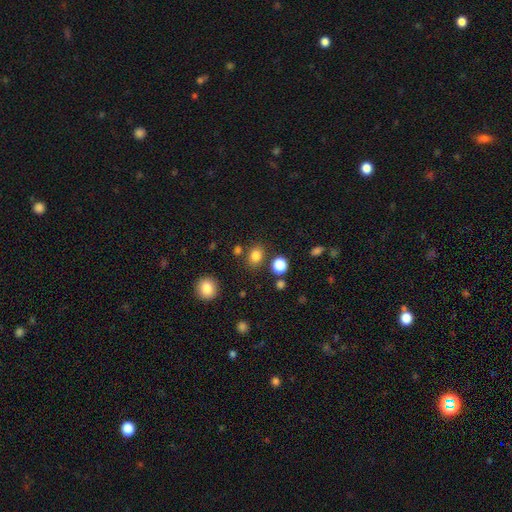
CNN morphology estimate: A smooth galaxy with no disk features (82%) that is round (54%).

Vote fractions:
- Smooth or featured? smooth: 82% / star or artifact: 13% / featured or disk: 5%
- How rounded? round: 54% / in between: 45% / cigar-shaped: 1%
- Merging? none: 79% / minor disturbance: 10% / merger: 7% / major disturbance: 4%